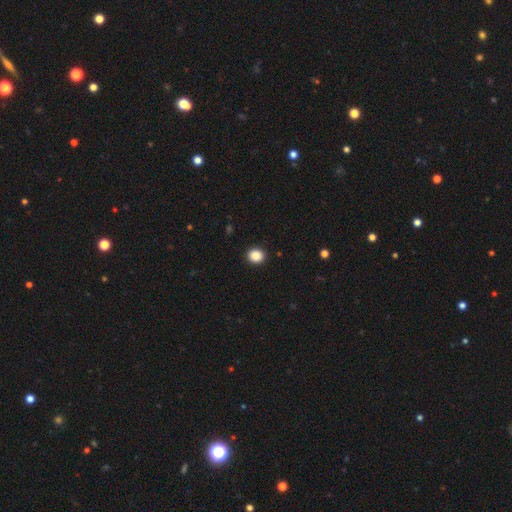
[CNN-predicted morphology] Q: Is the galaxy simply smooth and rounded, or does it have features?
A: smooth — 88%.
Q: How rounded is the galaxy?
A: round — 79%.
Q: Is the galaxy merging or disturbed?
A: none — 92%.